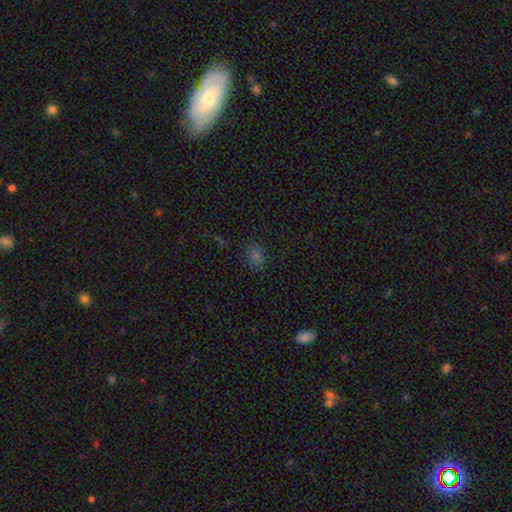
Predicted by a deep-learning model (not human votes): This is likely a smooth galaxy (70%). How rounded: likely in between (75%). Merging: likely none (79%).